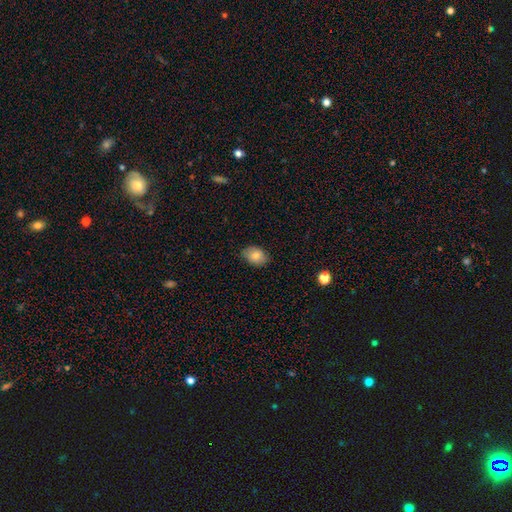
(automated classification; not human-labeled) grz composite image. It shows a smooth galaxy with no disk features (81%) that is in between round and cigar-shaped (80%). Merging: none (82%).